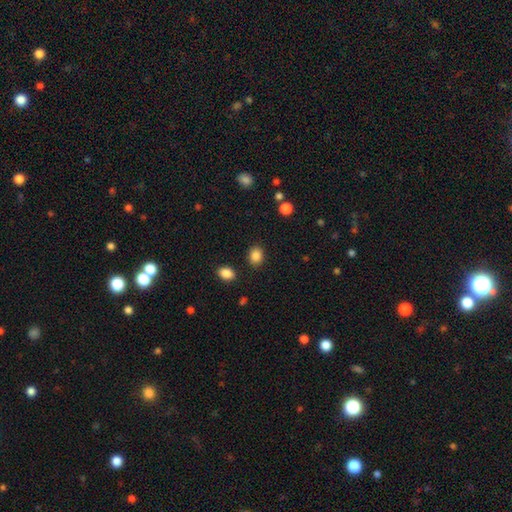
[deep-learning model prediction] The model was most divided on "how rounded": round: 50%, in between: 49%, cigar-shaped: 1%. More confident: merging — none (86%); smooth or featured — smooth (86%).